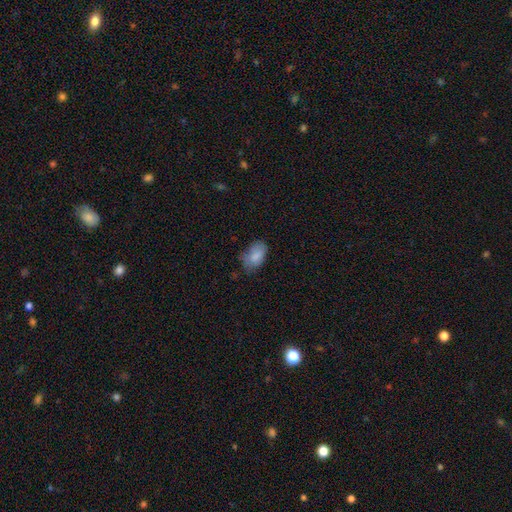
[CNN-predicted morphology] This is clearly a smooth galaxy (83%). How rounded: clearly in between (92%). Merging: possibly none (54%).